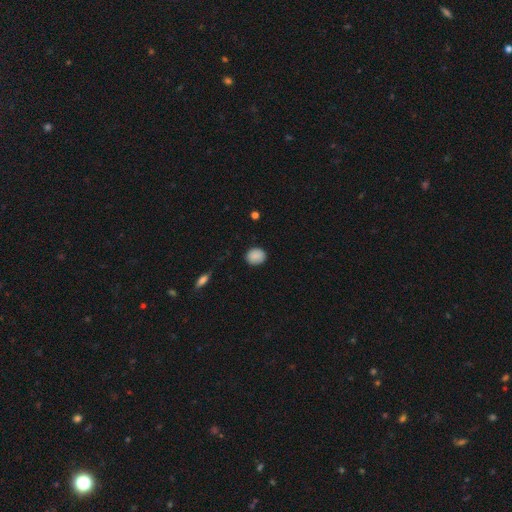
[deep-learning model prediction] smooth 89%, star or artifact 8%, featured or disk 3%. Down the decision tree: how rounded — round (64%); merging — none (86%).